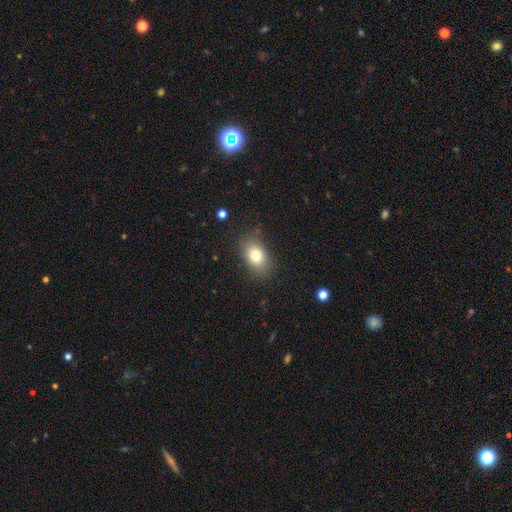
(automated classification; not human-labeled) smooth-or-featured: smooth: 80% | featured or disk: 11% | star or artifact: 9%
  how-rounded: in between: 81% | round: 18% | cigar-shaped: 1%
  merging: none: 82% | minor disturbance: 12% | major disturbance: 4% | merger: 1%